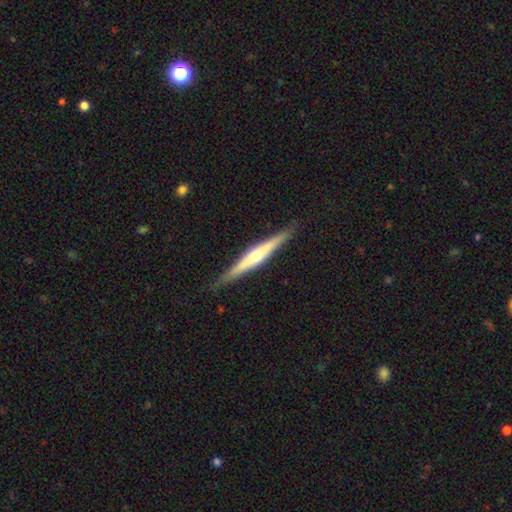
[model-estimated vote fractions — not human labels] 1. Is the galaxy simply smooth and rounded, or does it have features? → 73% featured or disk, 21% smooth, 5% star or artifact.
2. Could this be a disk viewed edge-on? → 97% yes, 3% no.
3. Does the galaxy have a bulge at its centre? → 84% rounded, 9% none, 7% boxy.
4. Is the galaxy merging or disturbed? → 88% none, 9% minor disturbance, 2% major disturbance, 1% merger.